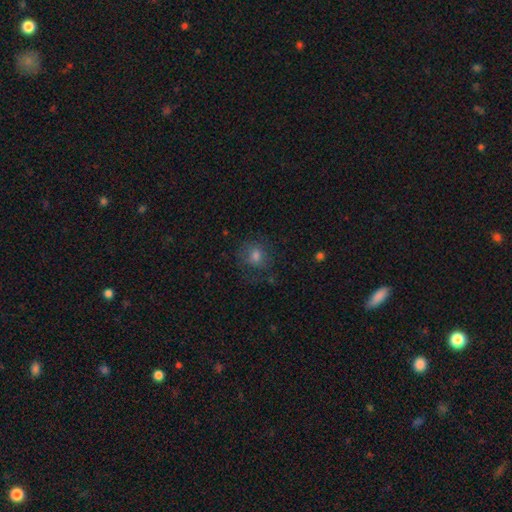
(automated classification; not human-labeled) Smooth or featured? smooth (68%)
How rounded? round (79%)
Merging? none (70%)